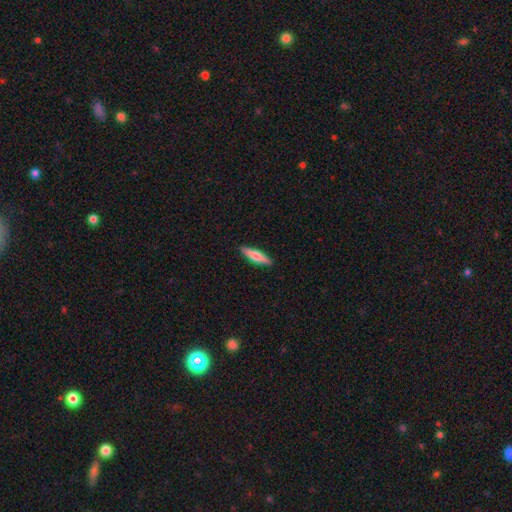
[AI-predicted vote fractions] This appears to be a smooth galaxy with no disk features (66%) that is cigar-shaped (77%). Merging: none (90%).